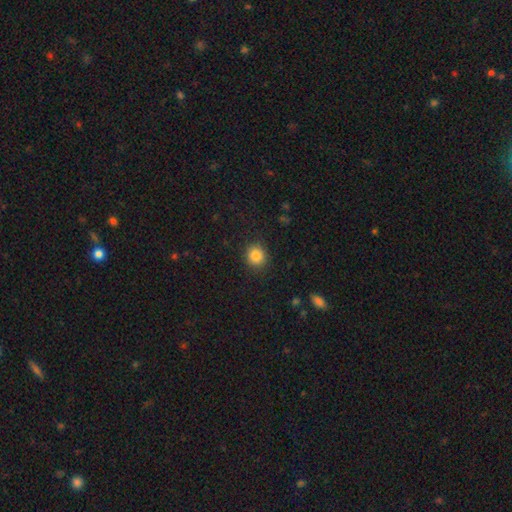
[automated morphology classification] Smooth or featured? Predicted: smooth (p=0.86). How rounded? Predicted: round (p=0.87). Merging? Predicted: none (p=0.89).